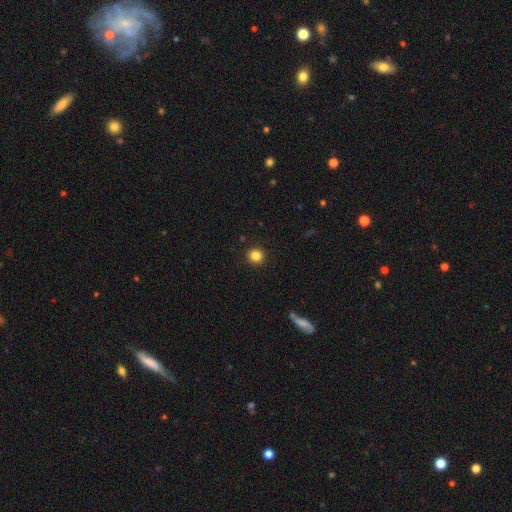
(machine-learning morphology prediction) Overall: smooth (84%). How rounded: round (94%). Merging: none (92%).